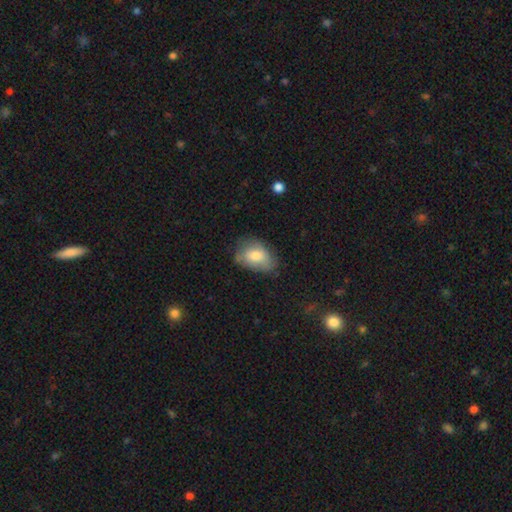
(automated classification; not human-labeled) Smooth or featured?
  - smooth: 71% *
  - featured or disk: 22%
  - star or artifact: 7%
How rounded?
  - in between: 84% *
  - round: 15%
  - cigar-shaped: 1%
Merging?
  - none: 57% *
  - minor disturbance: 31%
  - major disturbance: 9%
  - merger: 2%